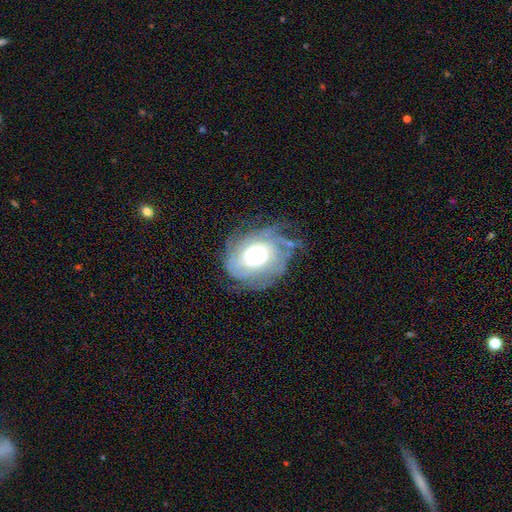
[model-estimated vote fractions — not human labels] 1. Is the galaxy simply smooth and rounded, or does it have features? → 71% featured or disk, 20% smooth, 9% star or artifact.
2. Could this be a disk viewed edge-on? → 97% no, 3% yes.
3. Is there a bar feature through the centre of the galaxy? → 79% no, 16% weak, 5% strong.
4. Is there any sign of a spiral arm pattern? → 83% yes, 17% no.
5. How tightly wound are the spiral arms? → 61% tight, 27% medium, 12% loose.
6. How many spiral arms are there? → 45% can't tell, 19% 2, 13% 3, 9% 4, 7% more than 4, 7% 1.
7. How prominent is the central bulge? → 48% large, 18% moderate, 18% dominant, 13% small, 4% none.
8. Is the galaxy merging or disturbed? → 53% none, 24% minor disturbance, 20% major disturbance, 3% merger.